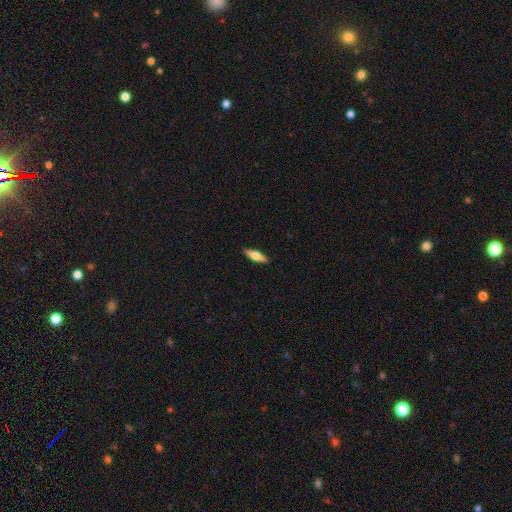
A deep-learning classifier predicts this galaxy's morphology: smooth-or-featured: smooth: 60% | featured or disk: 34% | star or artifact: 6%
  how-rounded: cigar-shaped: 50% | in between: 48% | round: 2%
  merging: none: 90% | minor disturbance: 8% | major disturbance: 2% | merger: 1%